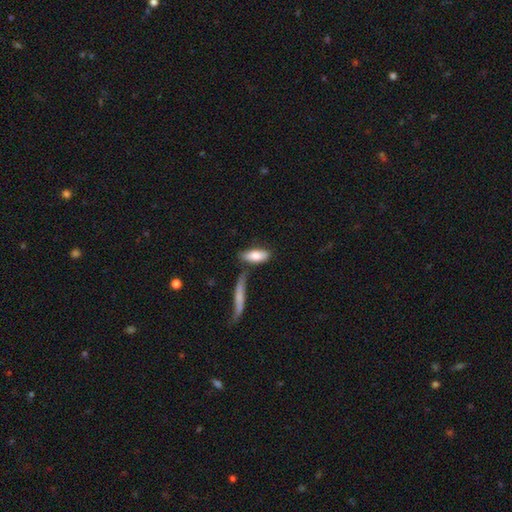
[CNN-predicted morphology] Smooth or featured? smooth (79%)
How rounded? in between (76%)
Merging? none (58%)